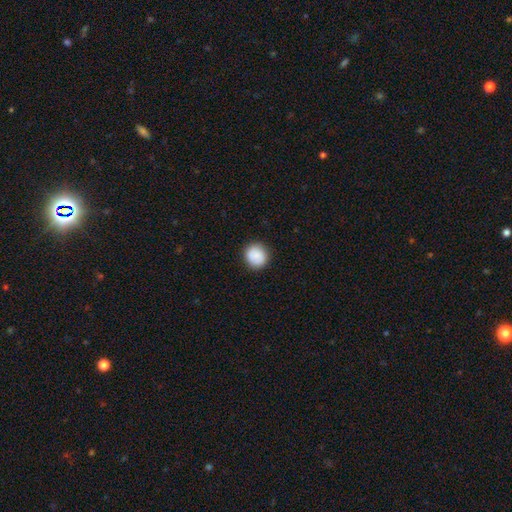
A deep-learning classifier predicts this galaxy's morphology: Q: Smooth or featured?
A: smooth (87%); runner-up: star or artifact (7%)
Q: How rounded?
A: round (91%); runner-up: in between (8%)
Q: Merging?
A: none (89%); runner-up: minor disturbance (8%)